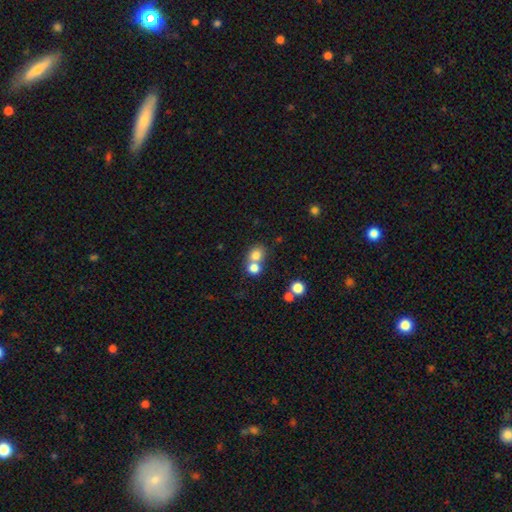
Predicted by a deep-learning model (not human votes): A smooth galaxy with no disk features (77%) that is round (72%).

Vote fractions:
- Smooth or featured? smooth: 77% / star or artifact: 12% / featured or disk: 10%
- How rounded? round: 72% / in between: 27% / cigar-shaped: 1%
- Merging? merger: 52% / none: 38% / minor disturbance: 6% / major disturbance: 3%